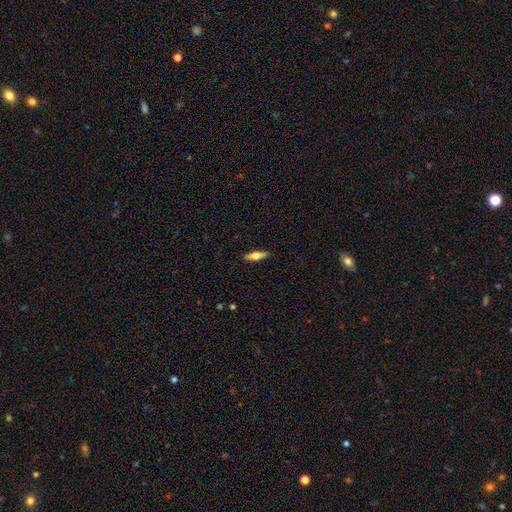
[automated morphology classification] This appears to be a smooth galaxy with no disk features (55%) that is cigar-shaped (57%). Merging: none (89%).